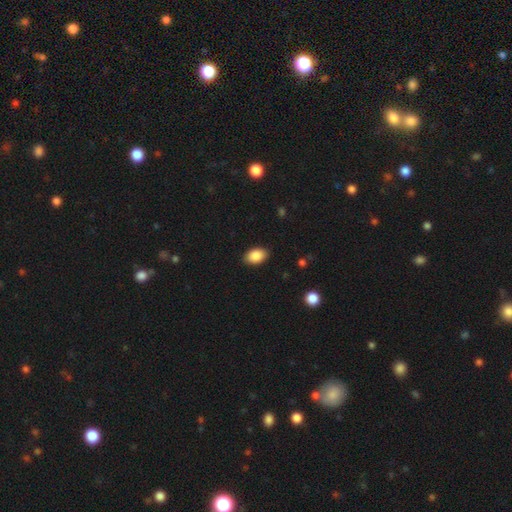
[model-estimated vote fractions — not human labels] Smooth or featured?
  - smooth: 89% *
  - star or artifact: 7%
  - featured or disk: 4%
How rounded?
  - in between: 88% *
  - round: 11%
  - cigar-shaped: 1%
Merging?
  - none: 88% *
  - minor disturbance: 9%
  - major disturbance: 2%
  - merger: 1%